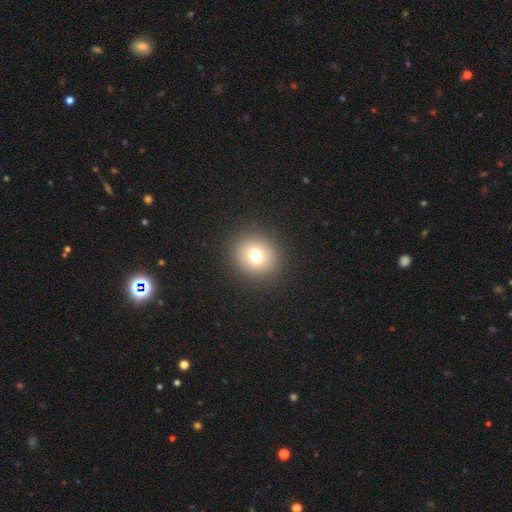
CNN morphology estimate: smooth-or-featured: smooth: 74% | star or artifact: 14% | featured or disk: 12%
  how-rounded: round: 87% | in between: 12% | cigar-shaped: 1%
  merging: none: 90% | minor disturbance: 6% | major disturbance: 3% | merger: 1%